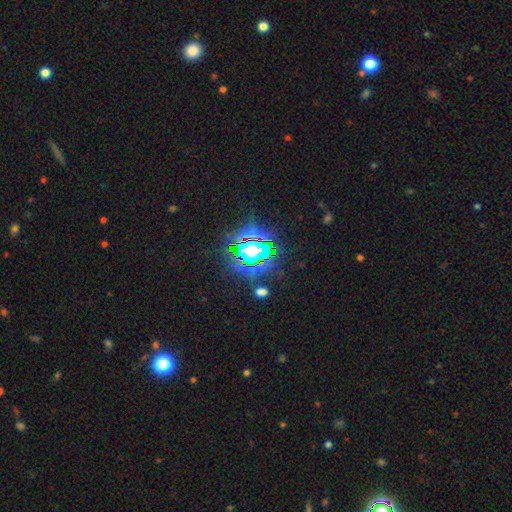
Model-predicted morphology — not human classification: A star or artifact, not a galaxy (82%).